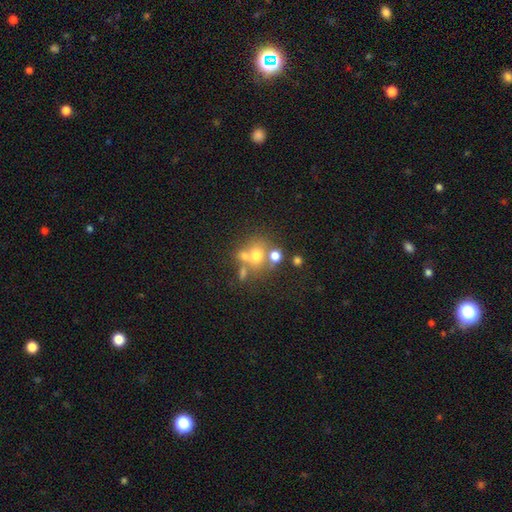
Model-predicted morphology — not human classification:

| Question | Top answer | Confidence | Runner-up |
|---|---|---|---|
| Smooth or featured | smooth | 58% | featured or disk (24%) |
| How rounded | round | 73% | in between (26%) |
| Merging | none | 43% | merger (38%) |